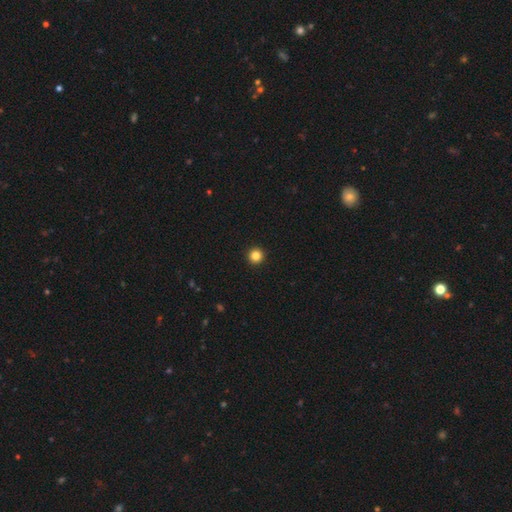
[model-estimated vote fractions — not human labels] smooth-or-featured: smooth: 84% | star or artifact: 12% | featured or disk: 4%
  how-rounded: round: 97% | in between: 3% | cigar-shaped: 1%
  merging: none: 95% | minor disturbance: 3% | major disturbance: 1% | merger: 1%